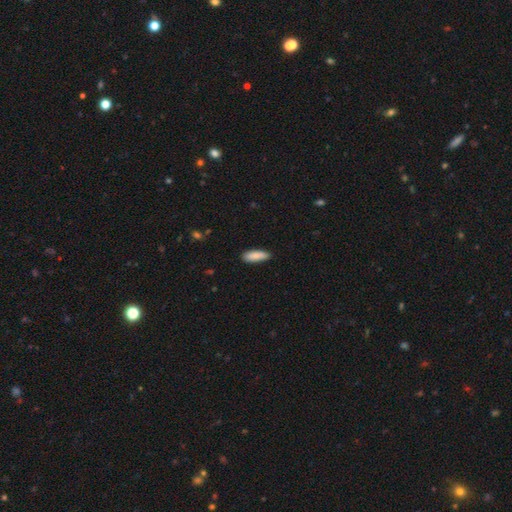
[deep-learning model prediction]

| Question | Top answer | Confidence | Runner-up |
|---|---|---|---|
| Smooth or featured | smooth | 86% | featured or disk (8%) |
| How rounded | in between | 56% | cigar-shaped (42%) |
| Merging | none | 84% | minor disturbance (12%) |